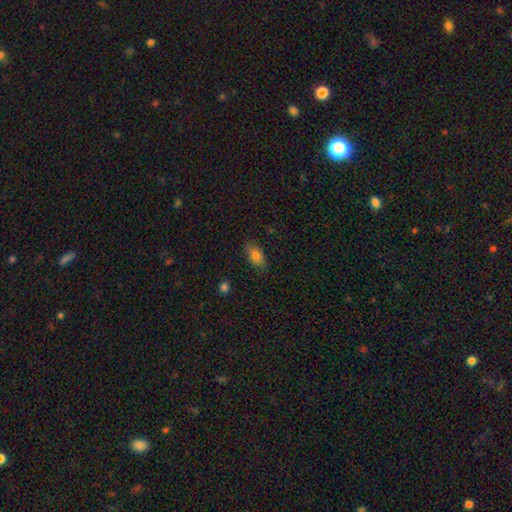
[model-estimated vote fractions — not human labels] A smooth galaxy with no disk features (81%) that is in between round and cigar-shaped (88%).

Vote fractions:
- Smooth or featured? smooth: 81% / featured or disk: 11% / star or artifact: 9%
- How rounded? in between: 88% / cigar-shaped: 9% / round: 4%
- Merging? none: 81% / minor disturbance: 15% / major disturbance: 3% / merger: 1%